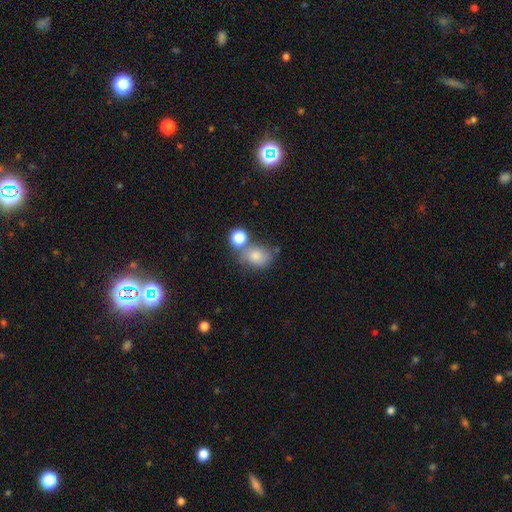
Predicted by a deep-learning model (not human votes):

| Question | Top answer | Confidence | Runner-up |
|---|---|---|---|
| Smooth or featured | smooth | 79% | star or artifact (11%) |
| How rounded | in between | 54% | round (45%) |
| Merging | none | 49% | merger (27%) |